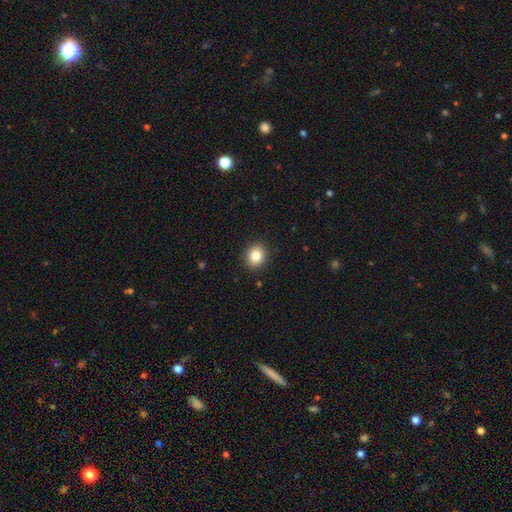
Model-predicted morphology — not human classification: Smooth or featured?
  - smooth: 83% *
  - star or artifact: 10%
  - featured or disk: 7%
How rounded?
  - round: 73% *
  - in between: 26%
  - cigar-shaped: 1%
Merging?
  - none: 91% *
  - minor disturbance: 6%
  - major disturbance: 2%
  - merger: 1%